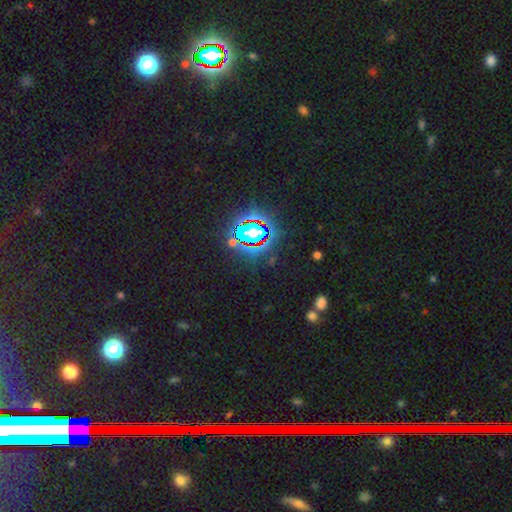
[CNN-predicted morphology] Smooth or featured? star or artifact (81%)